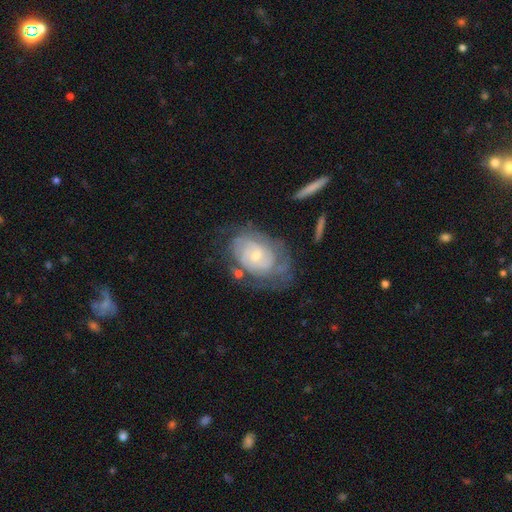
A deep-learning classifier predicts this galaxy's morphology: This appears to be a featured or disk galaxy (75%) with no bar (73%), tight (69%) spiral arms (84%) and a small central bulge (69%). Merging: none (54%).